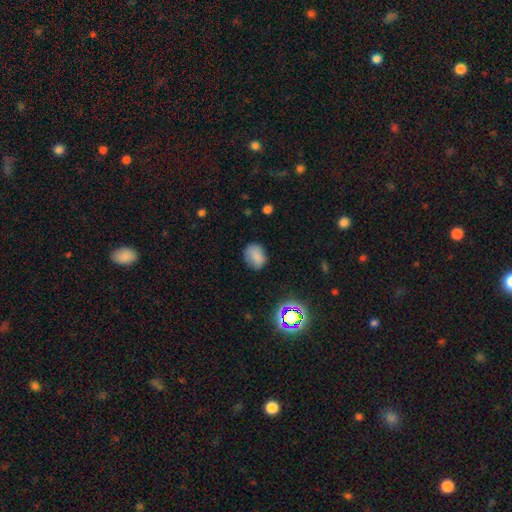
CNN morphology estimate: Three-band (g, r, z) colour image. It shows a smooth galaxy with no disk features (81%) that is in between round and cigar-shaped (63%). Merging: none (76%).